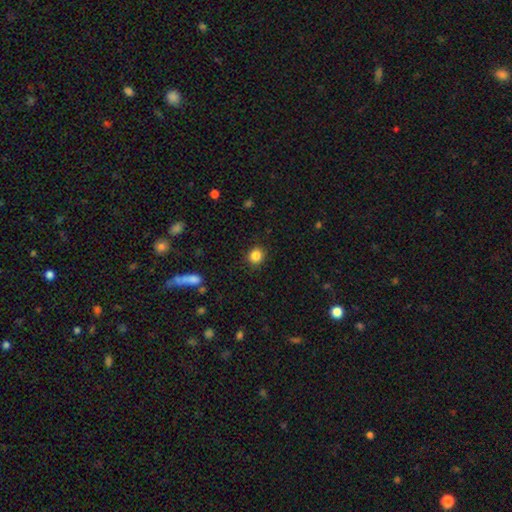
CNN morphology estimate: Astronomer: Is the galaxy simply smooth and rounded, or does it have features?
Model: smooth — 86%.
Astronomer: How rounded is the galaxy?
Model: round — 83%.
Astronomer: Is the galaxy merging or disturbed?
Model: none — 89%.